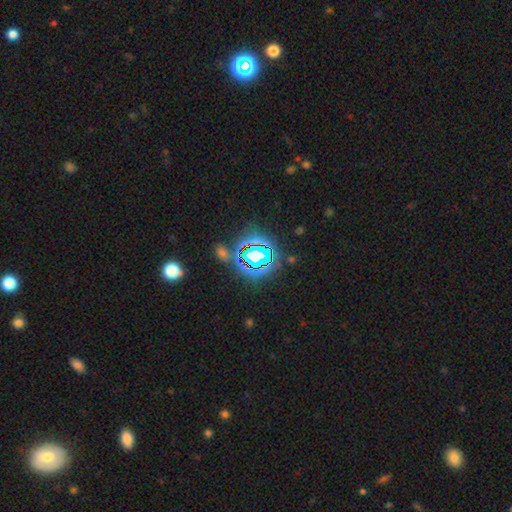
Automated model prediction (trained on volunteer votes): This appears to be a star or artifact, not a galaxy (71%).